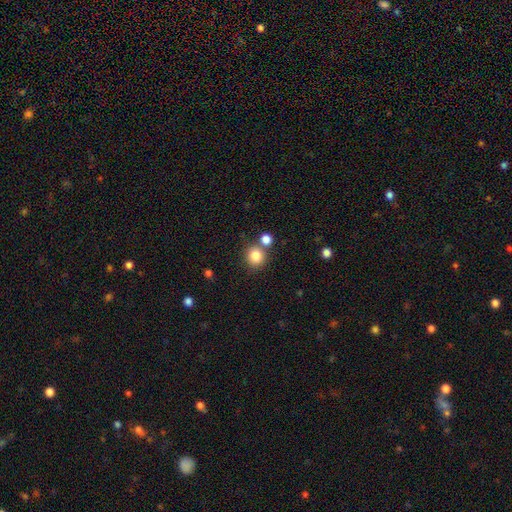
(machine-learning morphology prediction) A smooth galaxy with no disk features (83%) that is round (87%). Merging: none (69%).